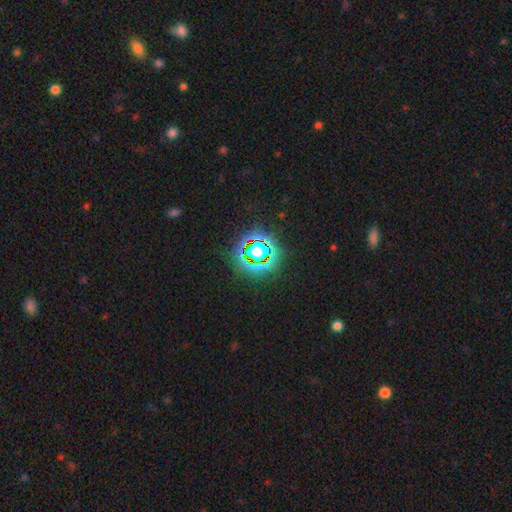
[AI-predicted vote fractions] Smooth or featured? Predicted: star or artifact (p=0.78).